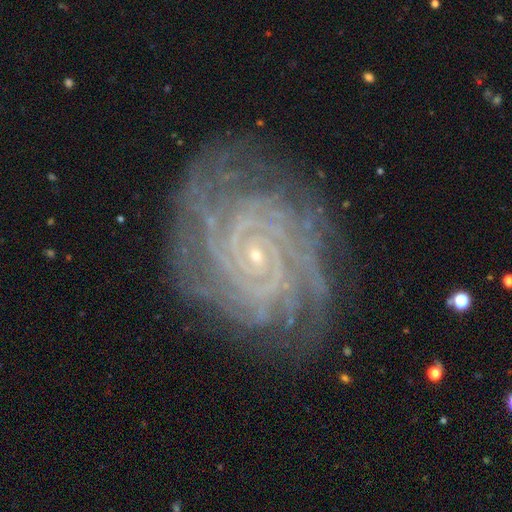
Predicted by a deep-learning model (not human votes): Morphology: type=featured or disk (89%); edge-on=no (97%); bar=no (73%); spiral arms=yes (98%); winding=tight (79%); arm count=4 (22%); bulge=small (89%); merging=none (79%).